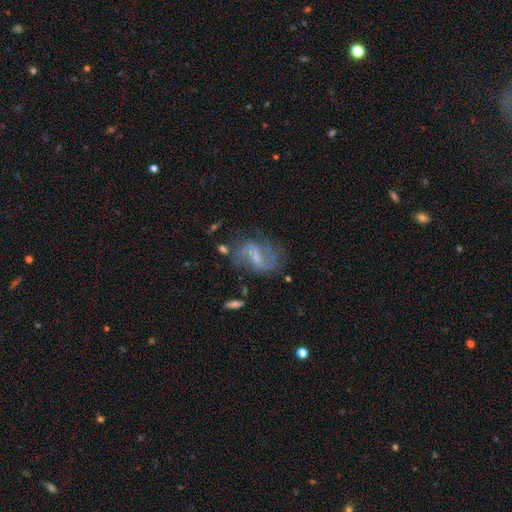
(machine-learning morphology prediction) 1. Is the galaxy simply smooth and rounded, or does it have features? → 71% featured or disk, 19% smooth, 9% star or artifact.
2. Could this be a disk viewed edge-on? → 95% no, 5% yes.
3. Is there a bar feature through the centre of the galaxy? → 48% weak, 34% strong, 18% no.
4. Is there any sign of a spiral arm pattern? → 84% yes, 16% no.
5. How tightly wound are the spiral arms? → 49% loose, 38% medium, 13% tight.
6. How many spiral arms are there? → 76% 2, 12% can't tell, 7% 1, 2% 3, 1% 4, 1% more than 4.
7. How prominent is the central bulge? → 40% small, 31% none, 24% moderate, 4% large, 1% dominant.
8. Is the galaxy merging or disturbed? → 56% none, 21% minor disturbance, 18% major disturbance, 4% merger.